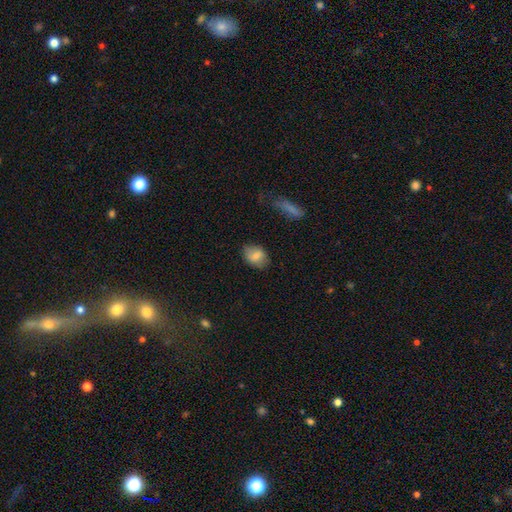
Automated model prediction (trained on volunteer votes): This appears to be a smooth galaxy with no disk features (78%) that is in between round and cigar-shaped (71%). Merging: none (75%).